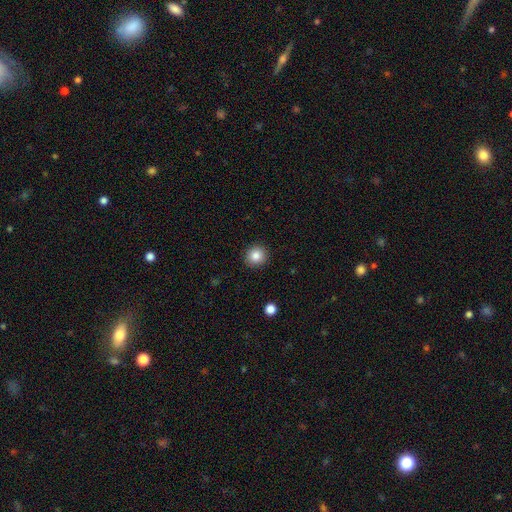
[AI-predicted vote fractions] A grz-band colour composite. It shows a smooth galaxy with no disk features (84%) that is round (91%). Merging: none (92%).